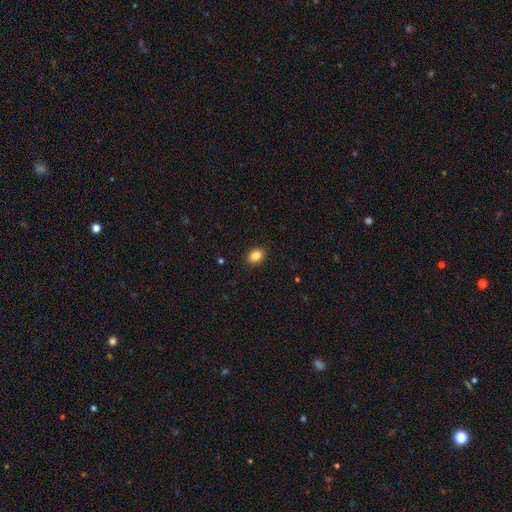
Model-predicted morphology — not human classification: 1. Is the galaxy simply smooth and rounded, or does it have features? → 86% smooth, 9% star or artifact, 5% featured or disk.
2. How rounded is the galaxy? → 66% in between, 33% round, 1% cigar-shaped.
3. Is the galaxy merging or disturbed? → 90% none, 7% minor disturbance, 2% major disturbance, 1% merger.